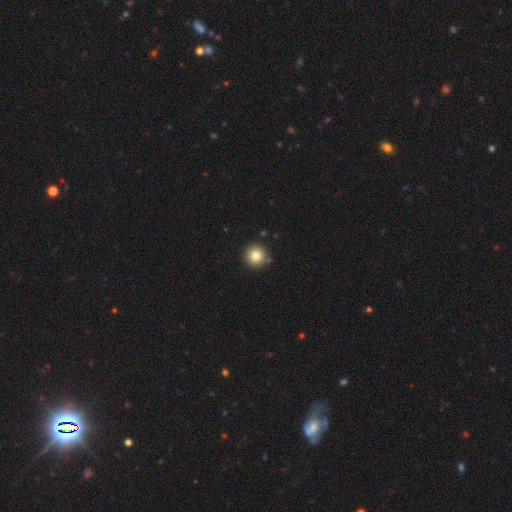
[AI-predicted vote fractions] smooth-or-featured: smooth: 83% | star or artifact: 10% | featured or disk: 7%
  how-rounded: round: 96% | in between: 3% | cigar-shaped: 1%
  merging: none: 87% | minor disturbance: 8% | merger: 4% | major disturbance: 2%